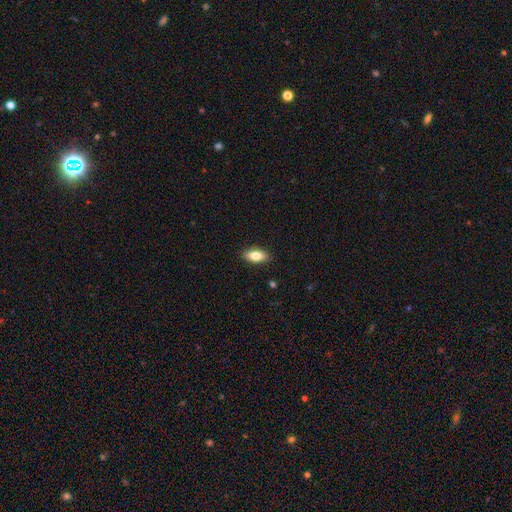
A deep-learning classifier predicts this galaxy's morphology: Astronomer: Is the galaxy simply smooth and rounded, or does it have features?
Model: smooth — 79%.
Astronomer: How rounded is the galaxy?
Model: in between — 86%.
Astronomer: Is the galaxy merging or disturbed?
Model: none — 88%.